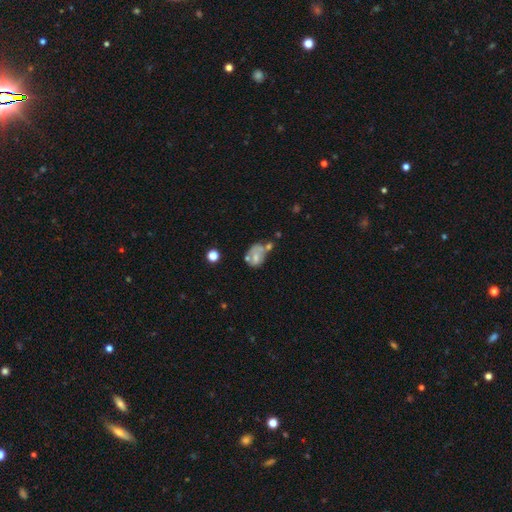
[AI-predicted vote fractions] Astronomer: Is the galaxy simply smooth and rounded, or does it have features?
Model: smooth — 51% (runner-up: featured or disk, 38%).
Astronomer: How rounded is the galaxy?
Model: in between — 69%.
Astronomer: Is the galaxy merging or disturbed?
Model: merger — 30% (runner-up: none, 29%).